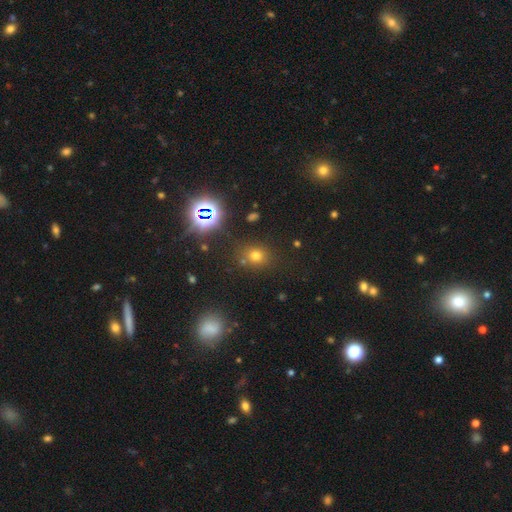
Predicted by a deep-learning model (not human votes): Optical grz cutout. It shows a smooth galaxy with no disk features (64%) that is round (72%). Merging: none (77%).